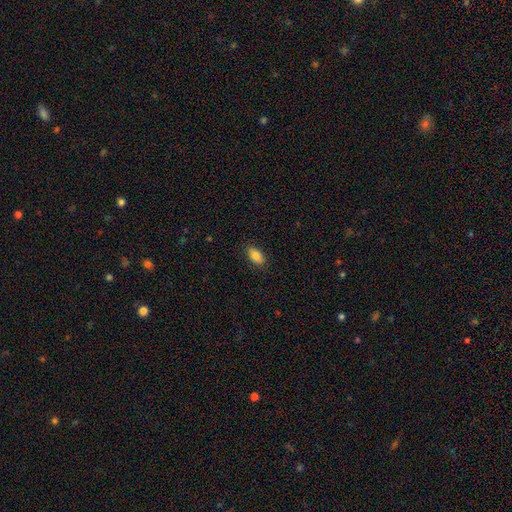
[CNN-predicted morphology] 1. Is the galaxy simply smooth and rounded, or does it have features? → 86% smooth, 7% star or artifact, 6% featured or disk.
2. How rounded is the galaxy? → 92% in between, 5% round, 3% cigar-shaped.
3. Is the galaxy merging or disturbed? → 88% none, 9% minor disturbance, 2% major disturbance, 1% merger.